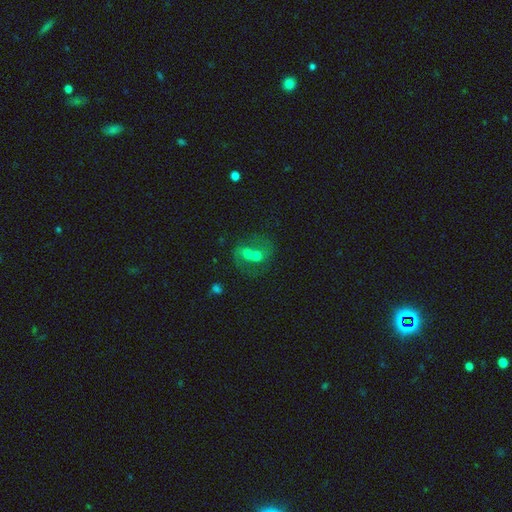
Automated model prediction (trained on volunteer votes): featured or disk 45%, smooth 44%, star or artifact 11%. Down the decision tree: merging — merger (74%).